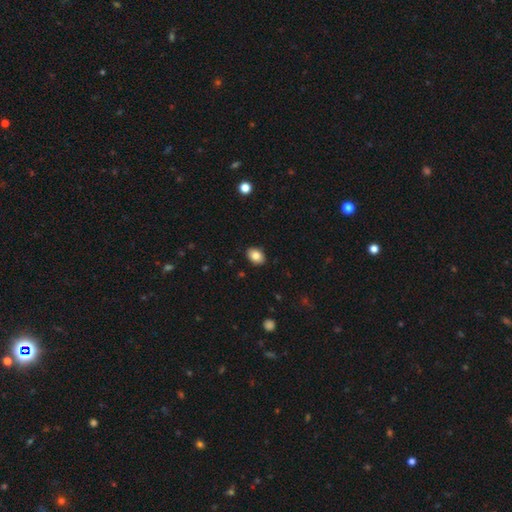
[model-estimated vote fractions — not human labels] smooth_or_featured: smooth (p=0.84) [alt: star or artifact p=0.08]
how_rounded: in between (p=0.76) [alt: round p=0.23]
merging: none (p=0.89) [alt: minor disturbance p=0.08]